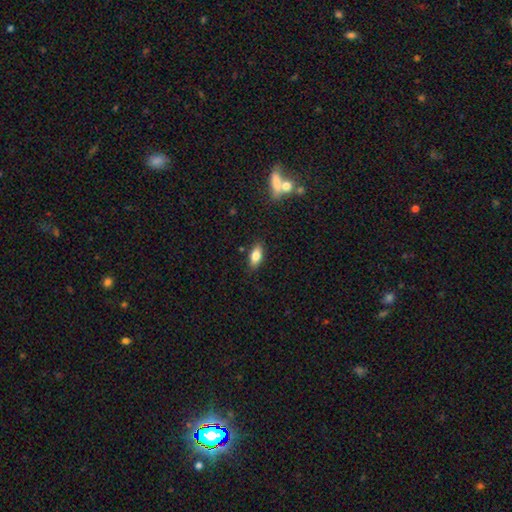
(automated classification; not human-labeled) smooth_or_featured: smooth (p=0.78) [alt: featured or disk p=0.14]
how_rounded: in between (p=0.86) [alt: cigar-shaped p=0.11]
merging: none (p=0.85) [alt: minor disturbance p=0.11]